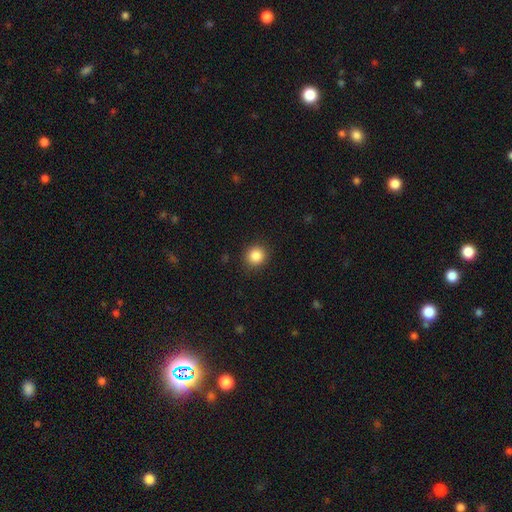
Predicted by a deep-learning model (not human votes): smooth_or_featured: smooth (p=0.86) [alt: star or artifact p=0.10]
how_rounded: round (p=0.90) [alt: in between p=0.09]
merging: none (p=0.90) [alt: minor disturbance p=0.06]